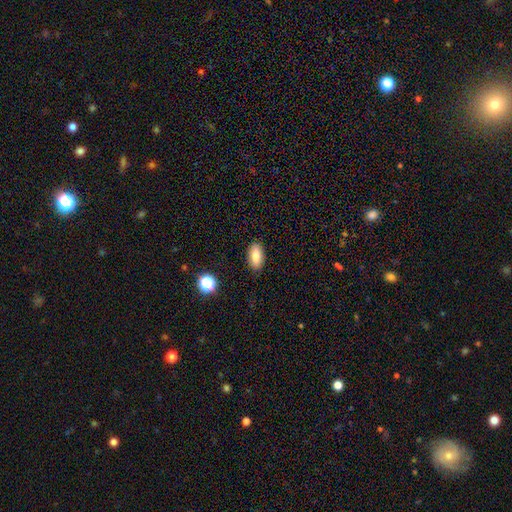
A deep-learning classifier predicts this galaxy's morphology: smooth 81%, featured or disk 11%, star or artifact 9%. Down the decision tree: how rounded — in between (90%); merging — none (88%).